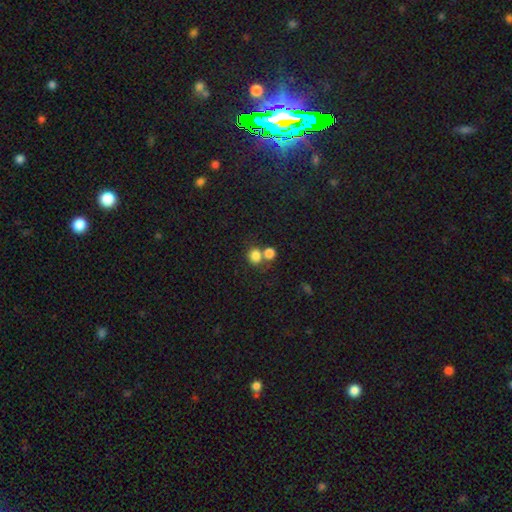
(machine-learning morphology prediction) A smooth galaxy with no disk features (81%) that is round (78%). Merging: none (46%).